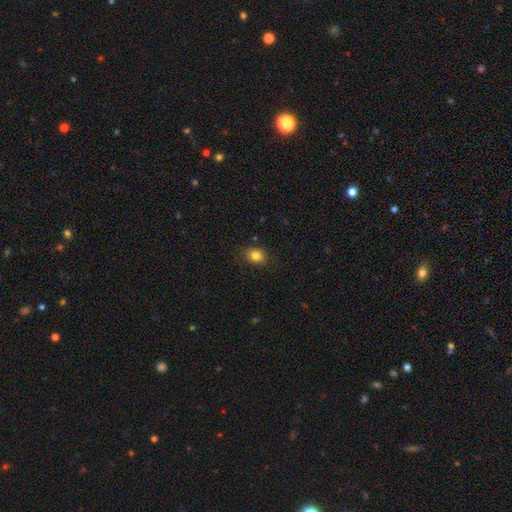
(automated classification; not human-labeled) This appears to be a smooth galaxy with no disk features (84%) that is in between round and cigar-shaped (52%). Merging: none (84%).